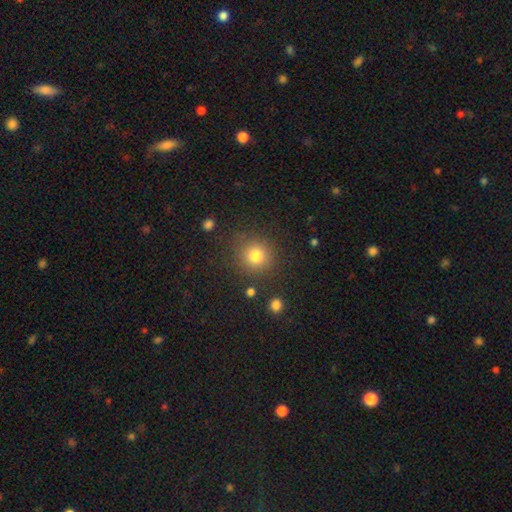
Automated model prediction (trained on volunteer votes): A smooth galaxy with no disk features (79%) that is round (91%).

Vote fractions:
- Smooth or featured? smooth: 79% / star or artifact: 13% / featured or disk: 7%
- How rounded? round: 91% / in between: 8% / cigar-shaped: 1%
- Merging? none: 84% / minor disturbance: 9% / major disturbance: 4% / merger: 3%